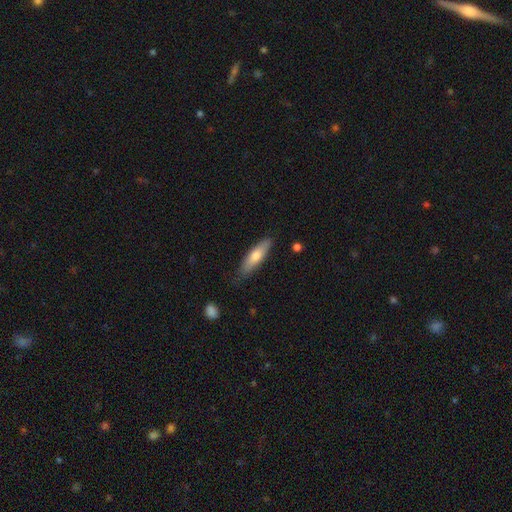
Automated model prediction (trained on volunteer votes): This appears to be a smooth galaxy with no disk features (66%) that is cigar-shaped (63%). Merging: none (78%).